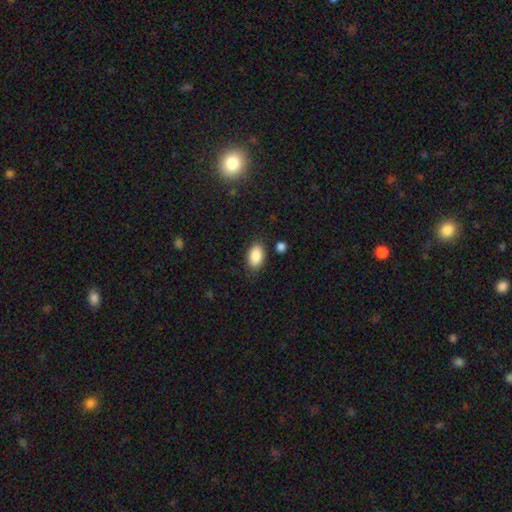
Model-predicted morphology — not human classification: smooth-or-featured: smooth: 88% | star or artifact: 7% | featured or disk: 4%
  how-rounded: in between: 91% | round: 7% | cigar-shaped: 1%
  merging: none: 82% | minor disturbance: 12% | major disturbance: 3% | merger: 3%